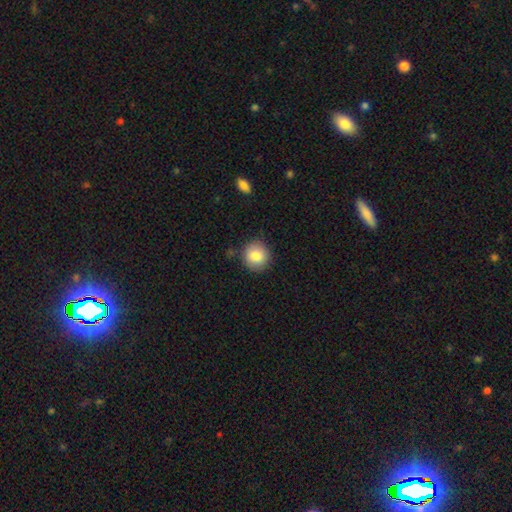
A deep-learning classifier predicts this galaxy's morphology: This is clearly a smooth galaxy (84%). How rounded: clearly round (91%). Merging: clearly none (86%).